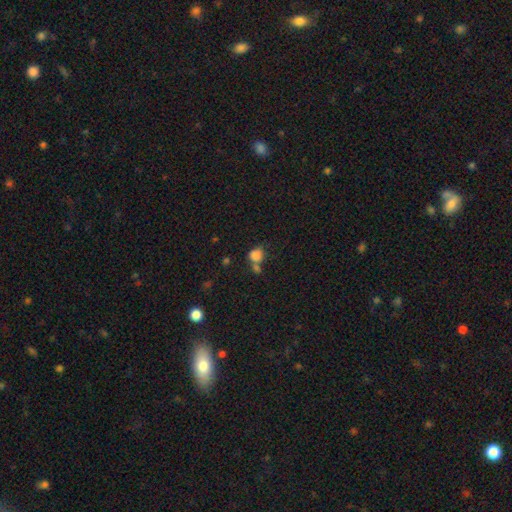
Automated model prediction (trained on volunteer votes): Smooth or featured? Predicted: smooth (p=0.79). How rounded? Predicted: round (p=0.64). Merging? Predicted: merger (p=0.41).